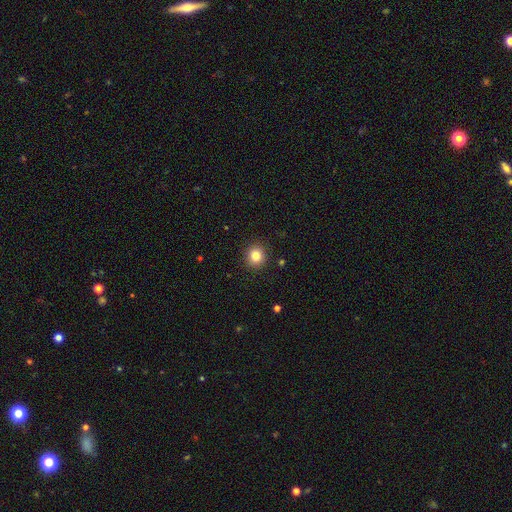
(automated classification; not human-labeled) Q: Smooth or featured?
A: smooth (83%); runner-up: star or artifact (11%)
Q: How rounded?
A: round (91%); runner-up: in between (8%)
Q: Merging?
A: none (91%); runner-up: minor disturbance (6%)